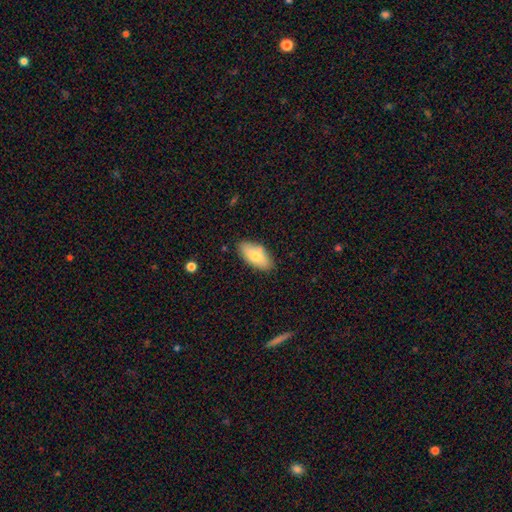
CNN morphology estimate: This is likely a smooth galaxy (76%). How rounded: clearly in between (91%). Merging: clearly none (82%).